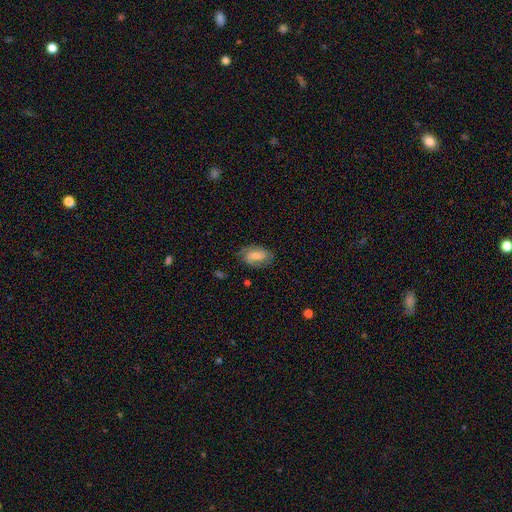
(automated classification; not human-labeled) smooth_or_featured: featured or disk (p=0.49) [alt: smooth p=0.44]
merging: none (p=0.70) [alt: minor disturbance p=0.21]